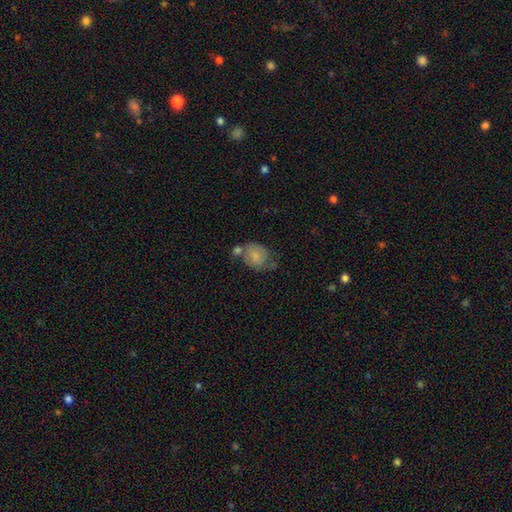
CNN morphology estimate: Smooth or featured: smooth — 64% (featured or disk — 28%)
How rounded: in between — 56% (round — 43%)
Merging: none — 37% (minor disturbance — 26%)